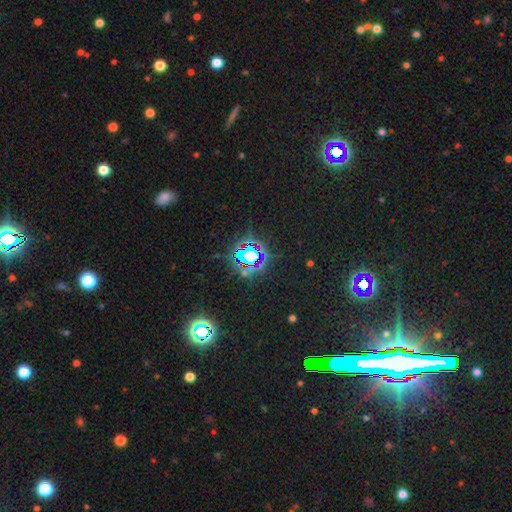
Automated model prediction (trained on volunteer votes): star or artifact 77%, smooth 13%, featured or disk 10%.